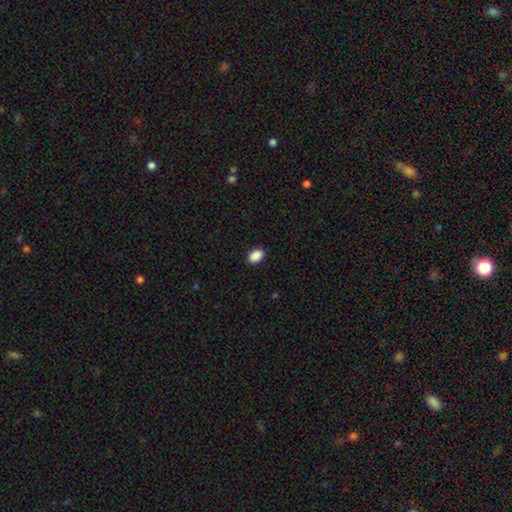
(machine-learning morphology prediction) Smooth or featured: smooth — 90% (star or artifact — 8%)
How rounded: in between — 83% (round — 16%)
Merging: none — 90% (minor disturbance — 8%)